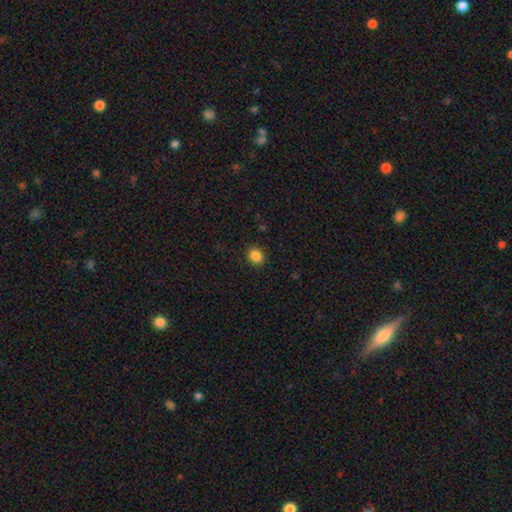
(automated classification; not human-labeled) This is clearly a smooth galaxy (86%). How rounded: likely round (73%). Merging: clearly none (90%).